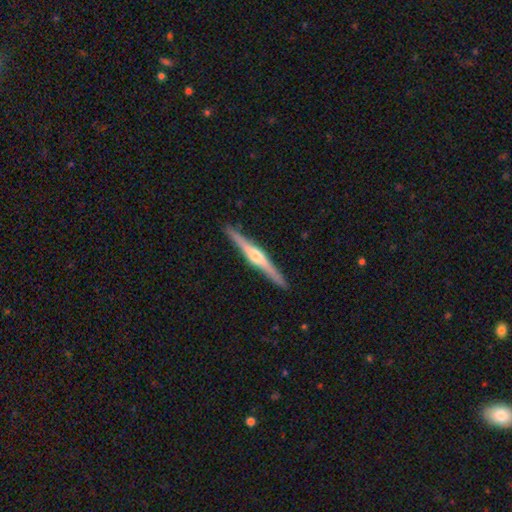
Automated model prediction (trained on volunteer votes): This appears to be a featured or disk galaxy (79%) viewed edge-on (98%) with a rounded central bulge (89%). Merging: none (91%).